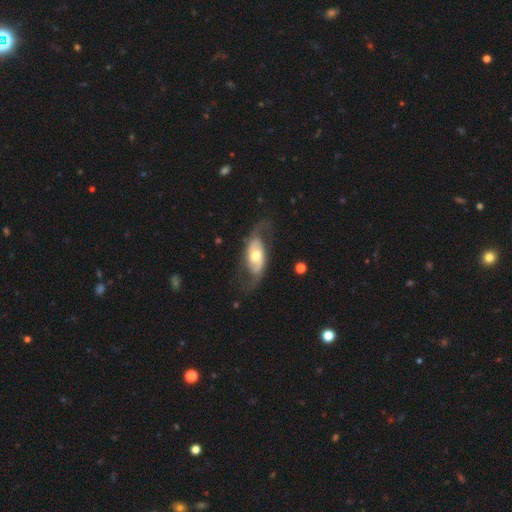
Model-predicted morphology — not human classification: Smooth or featured? Predicted: featured or disk (p=0.75). Edge-on disk? Predicted: no (p=0.92). Bar? Predicted: no (p=0.58). Spiral arms? Predicted: yes (p=0.84). Spiral winding? Predicted: loose (p=0.54). Spiral arm count? Predicted: 2 (p=0.88). Bulge size? Predicted: moderate (p=0.69). Merging? Predicted: none (p=0.65).